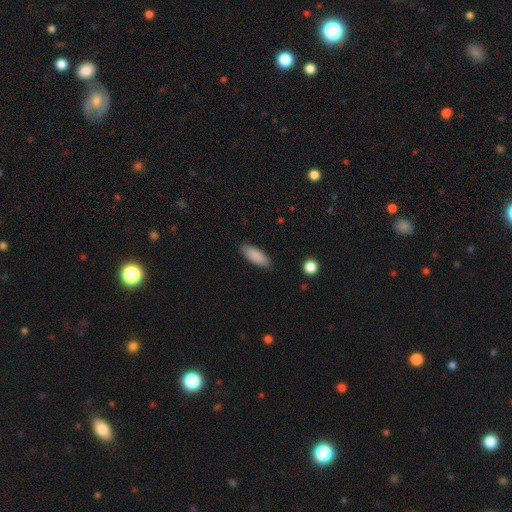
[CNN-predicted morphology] A smooth galaxy with no disk features (88%) that is in between round and cigar-shaped (66%).

Vote fractions:
- Smooth or featured? smooth: 88% / star or artifact: 6% / featured or disk: 5%
- How rounded? in between: 66% / cigar-shaped: 32% / round: 2%
- Merging? none: 87% / minor disturbance: 10% / major disturbance: 2% / merger: 1%